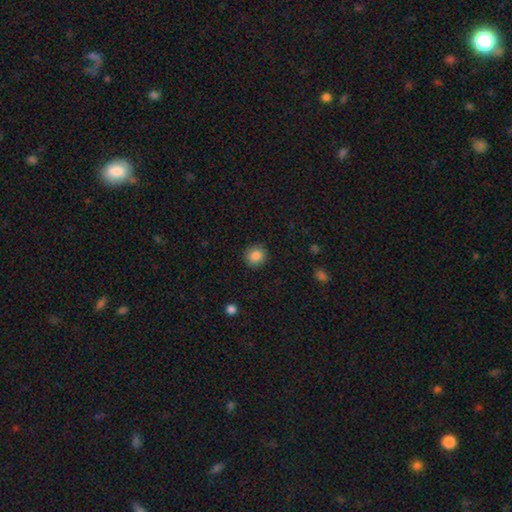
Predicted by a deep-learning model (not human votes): Overall: smooth (86%). How rounded: round (88%). Merging: none (90%).